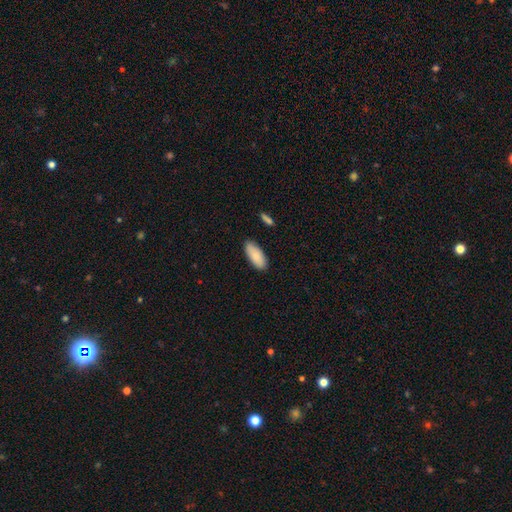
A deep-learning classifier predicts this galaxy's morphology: type=smooth (87%); roundness=in between (84%); merging=none (86%).